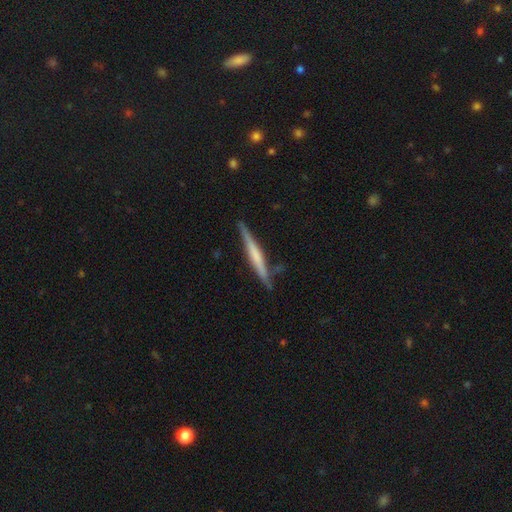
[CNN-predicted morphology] type=featured or disk (57%); edge-on=yes (97%); edge-on bulge=none (52%); merging=none (82%).